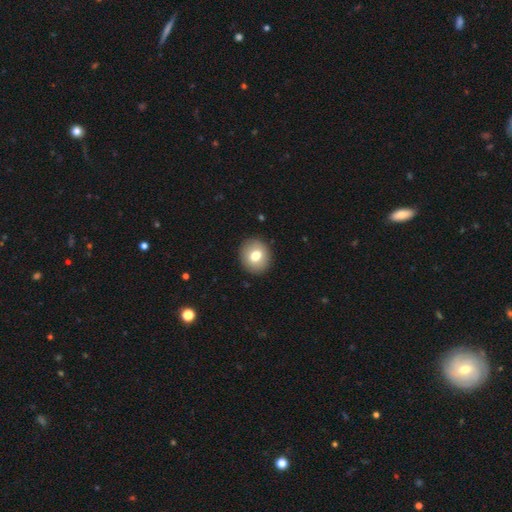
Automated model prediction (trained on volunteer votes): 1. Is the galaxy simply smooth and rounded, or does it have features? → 75% smooth, 16% featured or disk, 9% star or artifact.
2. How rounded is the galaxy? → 81% round, 18% in between, 1% cigar-shaped.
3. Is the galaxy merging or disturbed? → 91% none, 6% minor disturbance, 2% major disturbance, 1% merger.